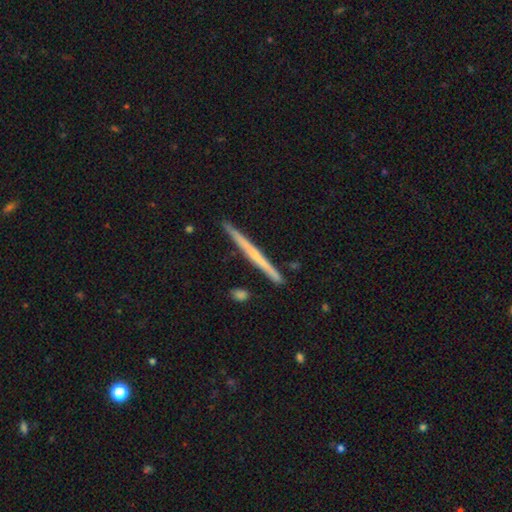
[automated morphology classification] Q: Smooth or featured?
A: featured or disk (64%); runner-up: smooth (30%)
Q: Edge-on disk?
A: yes (98%); runner-up: no (2%)
Q: Edge-on bulge?
A: none (54%); runner-up: rounded (41%)
Q: Merging?
A: none (91%); runner-up: minor disturbance (6%)